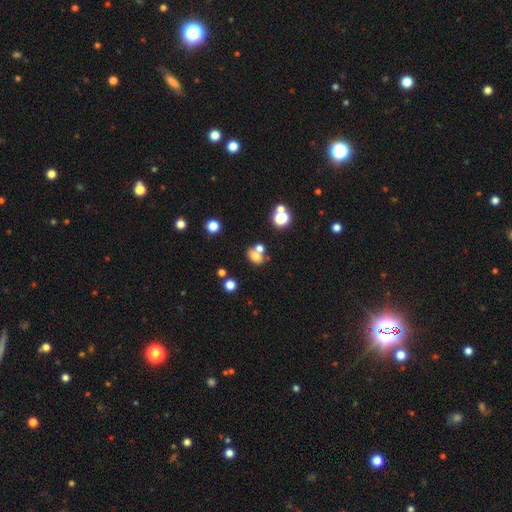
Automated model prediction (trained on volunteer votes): smooth-or-featured: smooth: 69% | star or artifact: 16% | featured or disk: 15%
  how-rounded: in between: 56% | round: 43% | cigar-shaped: 1%
  merging: none: 46% | merger: 38% | minor disturbance: 11% | major disturbance: 5%